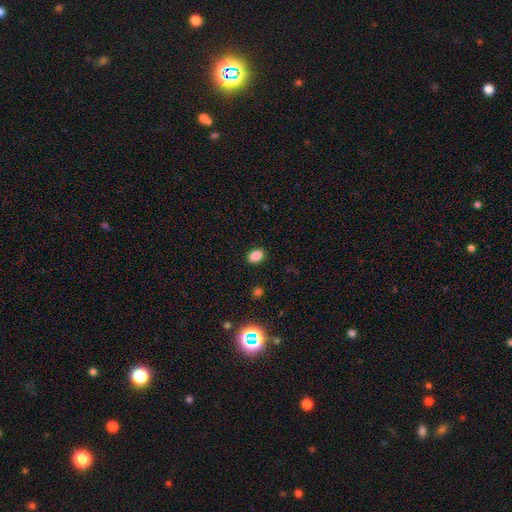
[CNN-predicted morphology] A smooth galaxy with no disk features (86%) that is in between round and cigar-shaped (74%). Merging: none (88%).